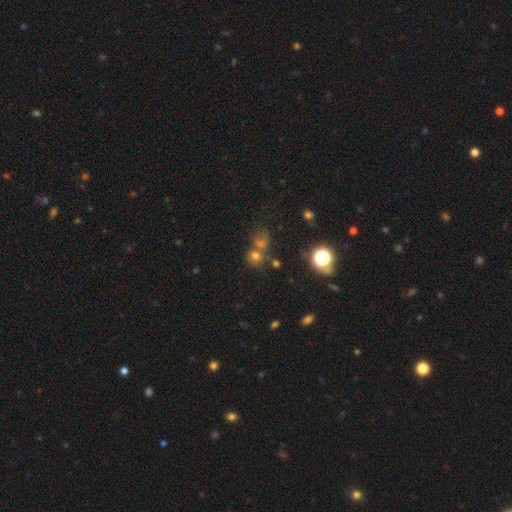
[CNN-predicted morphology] Smooth or featured: smooth — 60% (star or artifact — 28%)
How rounded: round — 75% (in between — 24%)
Merging: merger — 44% (none — 41%)